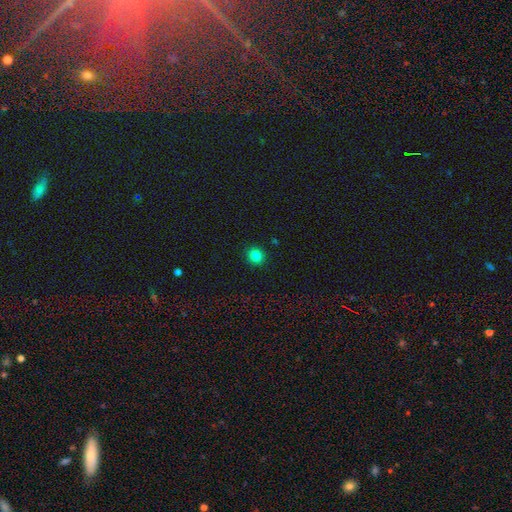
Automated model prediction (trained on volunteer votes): A smooth galaxy with no disk features (83%) that is round (84%).

Vote fractions:
- Smooth or featured? smooth: 83% / star or artifact: 13% / featured or disk: 4%
- How rounded? round: 84% / in between: 15% / cigar-shaped: 1%
- Merging? none: 91% / minor disturbance: 6% / major disturbance: 2% / merger: 1%